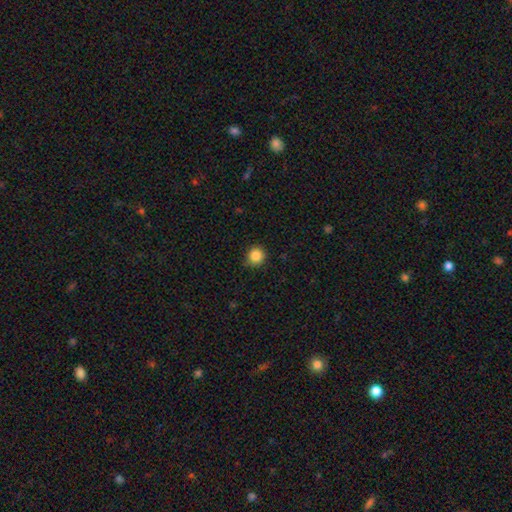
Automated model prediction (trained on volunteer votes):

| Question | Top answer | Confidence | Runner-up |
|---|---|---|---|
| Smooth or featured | smooth | 85% | star or artifact (11%) |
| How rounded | round | 92% | in between (7%) |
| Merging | none | 84% | minor disturbance (12%) |